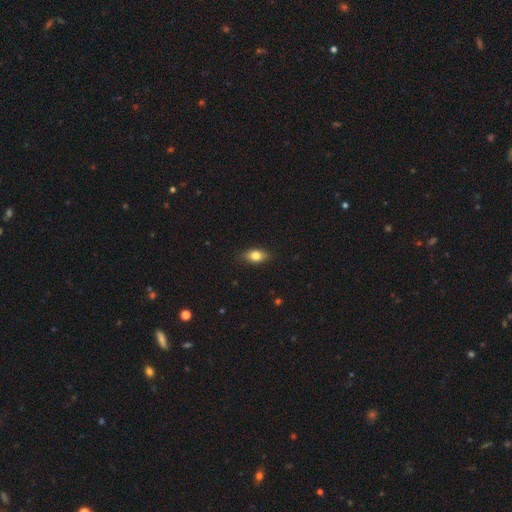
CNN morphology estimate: smooth-or-featured: smooth: 79% | featured or disk: 13% | star or artifact: 8%
  how-rounded: in between: 84% | round: 10% | cigar-shaped: 6%
  merging: none: 85% | minor disturbance: 12% | major disturbance: 2% | merger: 1%